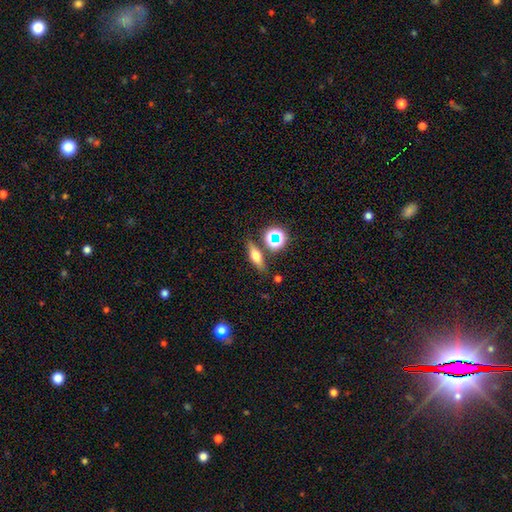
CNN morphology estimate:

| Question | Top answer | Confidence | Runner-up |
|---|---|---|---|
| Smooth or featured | smooth | 49% | featured or disk (37%) |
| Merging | none | 78% | minor disturbance (10%) |